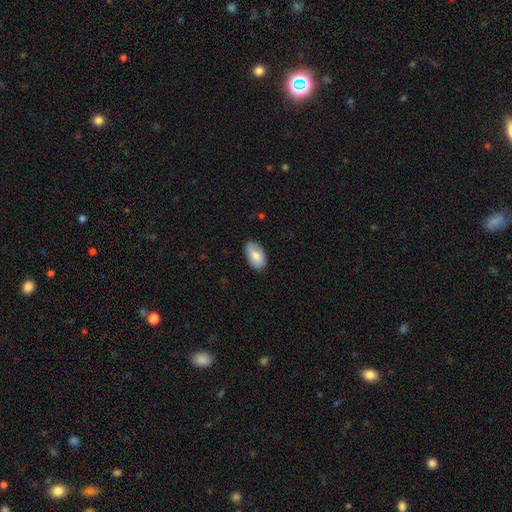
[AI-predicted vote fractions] Smooth or featured?
  - smooth: 78% *
  - featured or disk: 16%
  - star or artifact: 6%
How rounded?
  - in between: 94% *
  - round: 5%
  - cigar-shaped: 1%
Merging?
  - none: 82% *
  - minor disturbance: 15%
  - major disturbance: 3%
  - merger: 1%